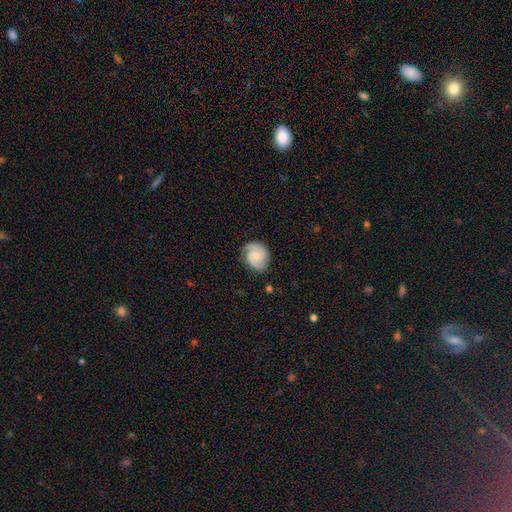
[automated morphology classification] A featured or disk galaxy (81%) with no bar (57%), 2 (83%) tight (53%) spiral arms (97%) and a small central bulge (48%). Merging: none (78%).